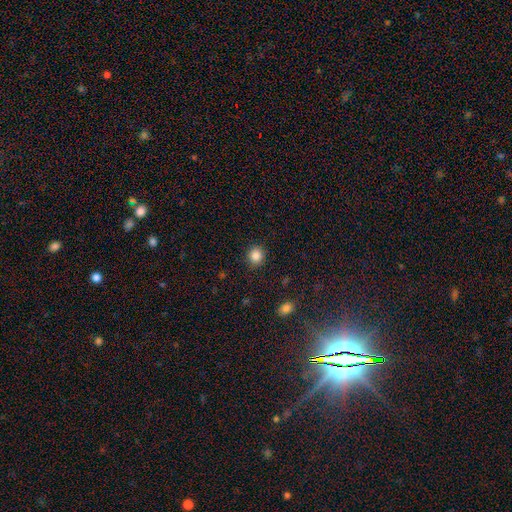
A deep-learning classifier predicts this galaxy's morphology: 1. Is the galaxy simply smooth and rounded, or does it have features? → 86% smooth, 10% star or artifact, 4% featured or disk.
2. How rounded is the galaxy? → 89% round, 10% in between, 1% cigar-shaped.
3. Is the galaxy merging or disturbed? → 91% none, 6% minor disturbance, 2% major disturbance, 1% merger.